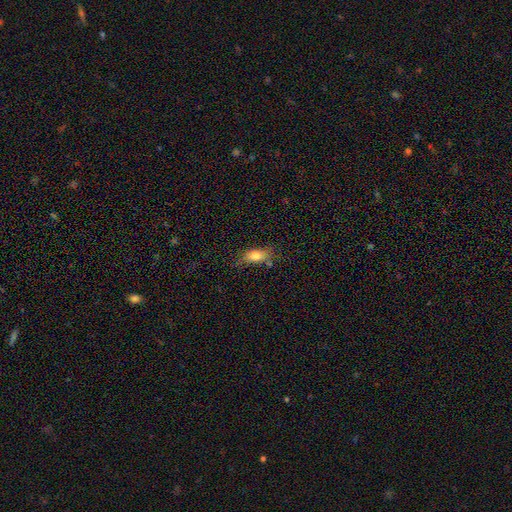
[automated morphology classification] type=smooth (78%); roundness=in between (81%); merging=none (58%).